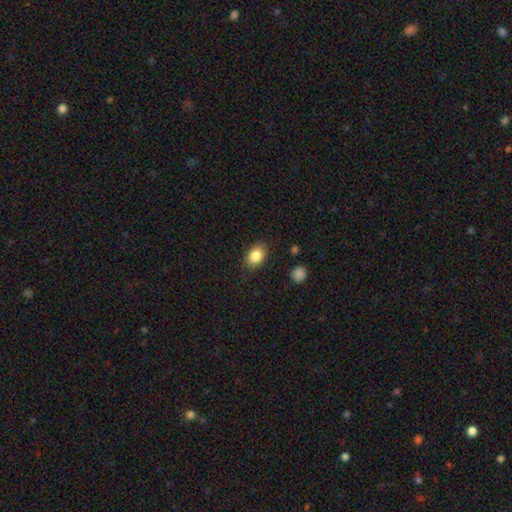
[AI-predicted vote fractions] The model was most divided on "how rounded": in between: 78%, round: 20%, cigar-shaped: 1%. More confident: smooth or featured — smooth (86%); merging — none (84%).